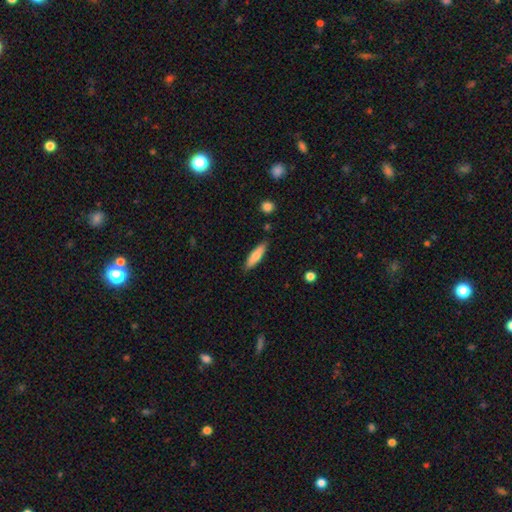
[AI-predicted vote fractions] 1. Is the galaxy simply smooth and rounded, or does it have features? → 72% smooth, 22% featured or disk, 6% star or artifact.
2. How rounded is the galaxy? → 68% cigar-shaped, 30% in between, 2% round.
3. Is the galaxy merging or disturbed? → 85% none, 11% minor disturbance, 2% merger, 2% major disturbance.